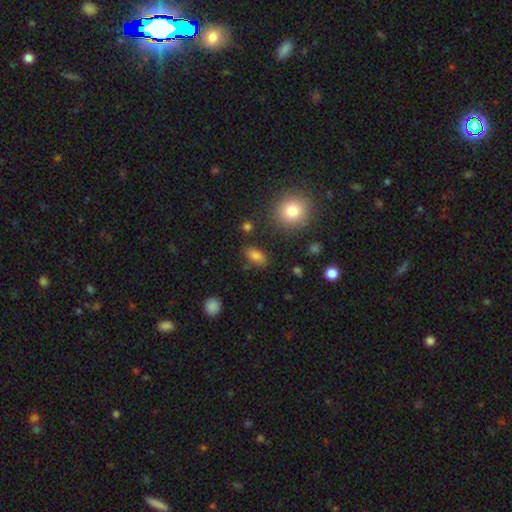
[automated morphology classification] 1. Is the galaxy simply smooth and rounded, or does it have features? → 82% smooth, 10% star or artifact, 8% featured or disk.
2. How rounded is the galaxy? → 88% in between, 6% round, 5% cigar-shaped.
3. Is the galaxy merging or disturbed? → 84% none, 10% minor disturbance, 3% major disturbance, 3% merger.